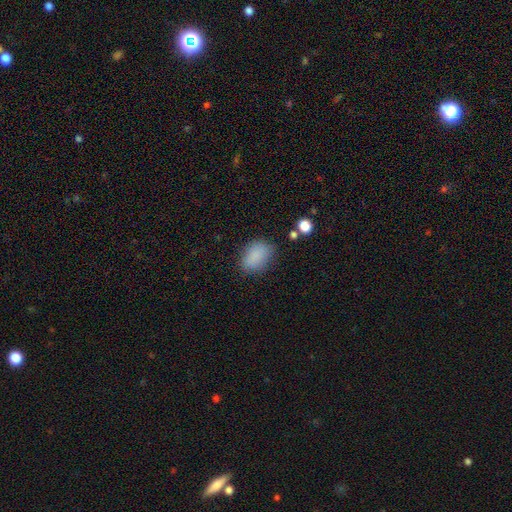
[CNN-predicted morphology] This is clearly a smooth galaxy (85%). How rounded: clearly in between (82%). Merging: likely none (74%).